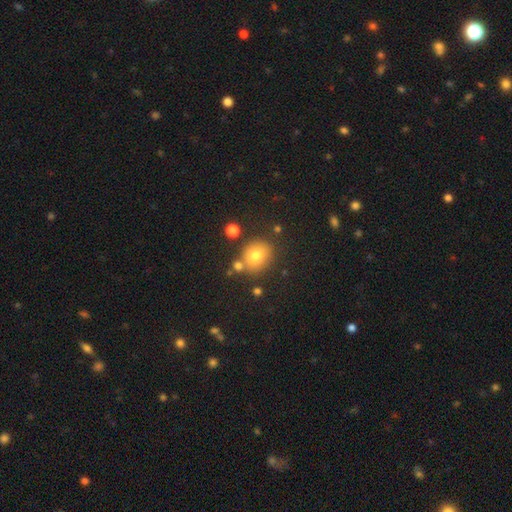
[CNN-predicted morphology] A smooth galaxy with no disk features (75%) that is round (69%). Merging: none (76%).